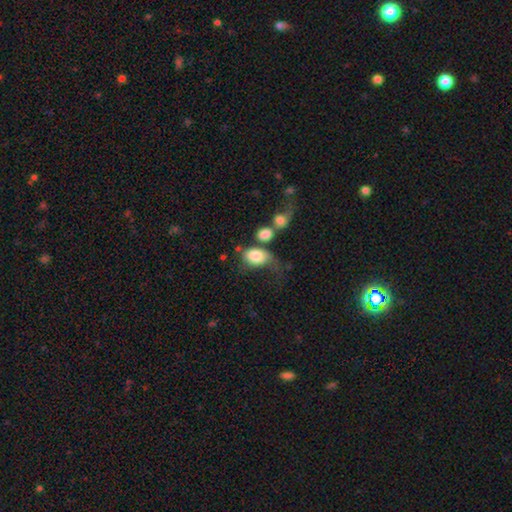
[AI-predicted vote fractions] A smooth galaxy with no disk features (76%) that is in between round and cigar-shaped (73%). Merging: merger (40%).